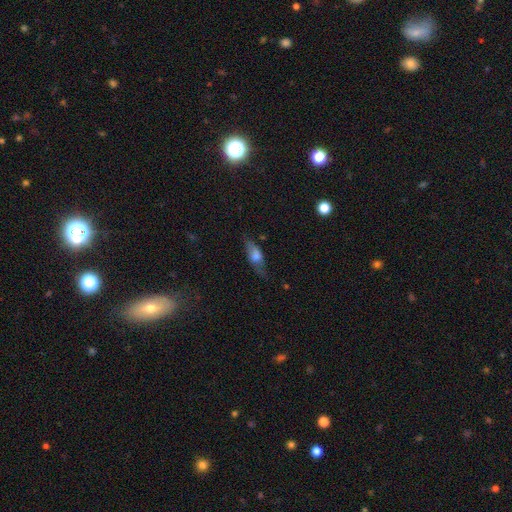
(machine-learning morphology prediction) smooth 55%, featured or disk 36%, star or artifact 9%. Down the decision tree: how rounded — in between (60%); merging — none (64%).